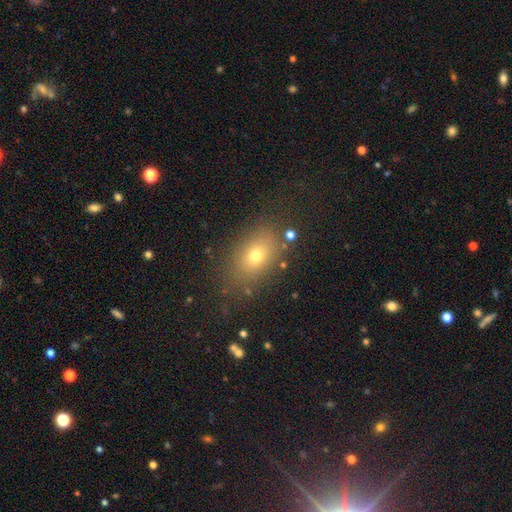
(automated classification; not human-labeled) Smooth or featured: smooth — 70% (star or artifact — 16%)
How rounded: in between — 77% (round — 21%)
Merging: none — 79% (minor disturbance — 12%)